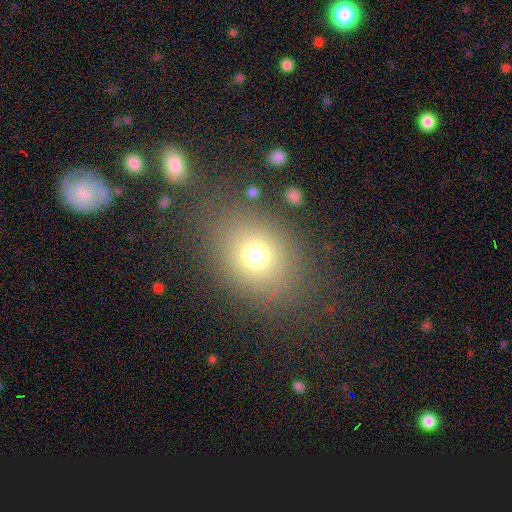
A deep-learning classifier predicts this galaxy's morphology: smooth-or-featured: smooth: 72% | star or artifact: 16% | featured or disk: 12%
  how-rounded: in between: 52% | round: 46% | cigar-shaped: 1%
  merging: none: 79% | minor disturbance: 11% | major disturbance: 6% | merger: 3%